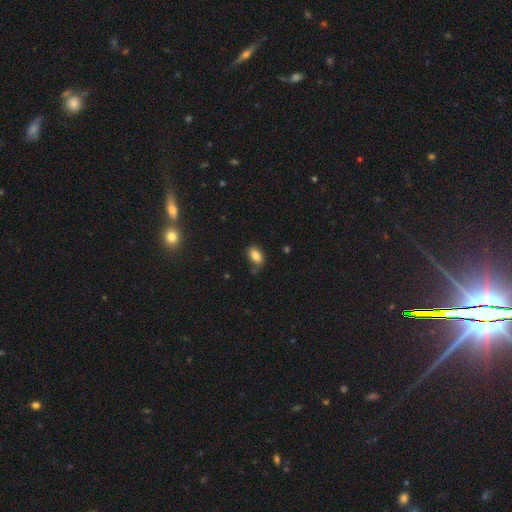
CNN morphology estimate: This is clearly a smooth galaxy (82%). How rounded: clearly in between (88%). Merging: likely none (66%).